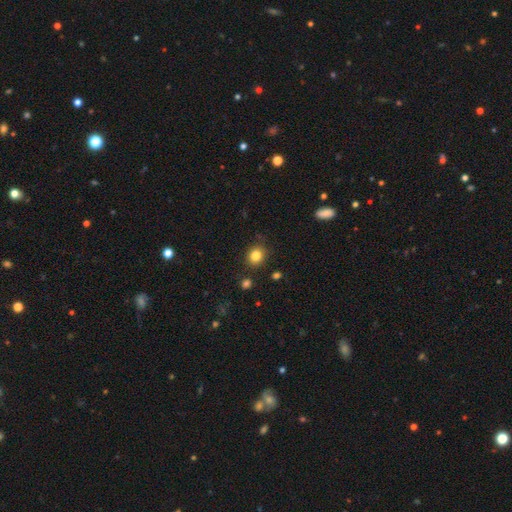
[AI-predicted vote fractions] This is clearly a smooth galaxy (84%). How rounded: likely round (73%). Merging: clearly none (85%).